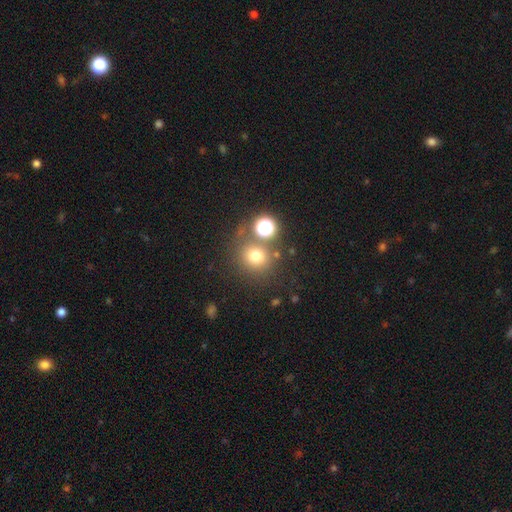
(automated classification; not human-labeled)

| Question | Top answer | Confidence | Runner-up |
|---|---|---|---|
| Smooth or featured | smooth | 72% | star or artifact (19%) |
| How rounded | round | 88% | in between (11%) |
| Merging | none | 72% | merger (13%) |